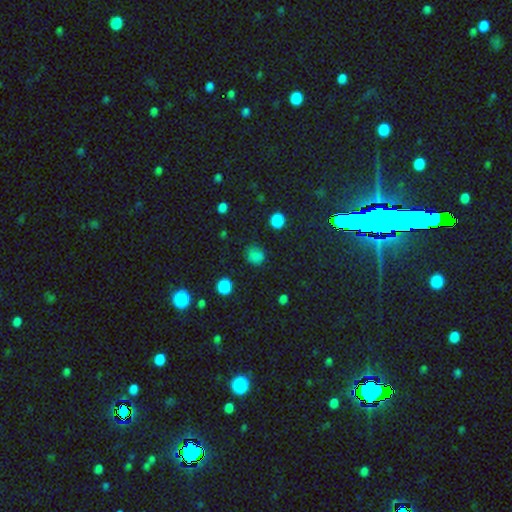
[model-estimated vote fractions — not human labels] Q: Smooth or featured?
A: smooth (71%); runner-up: star or artifact (24%)
Q: How rounded?
A: round (75%); runner-up: in between (24%)
Q: Merging?
A: none (76%); runner-up: minor disturbance (16%)